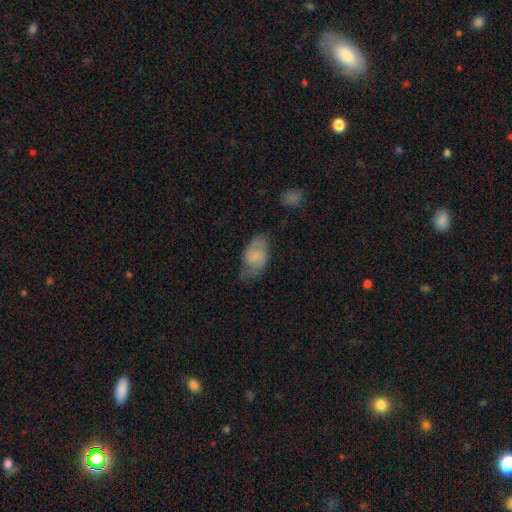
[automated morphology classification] Smooth or featured: featured or disk — 48% (smooth — 43%)
Merging: none — 65% (minor disturbance — 25%)